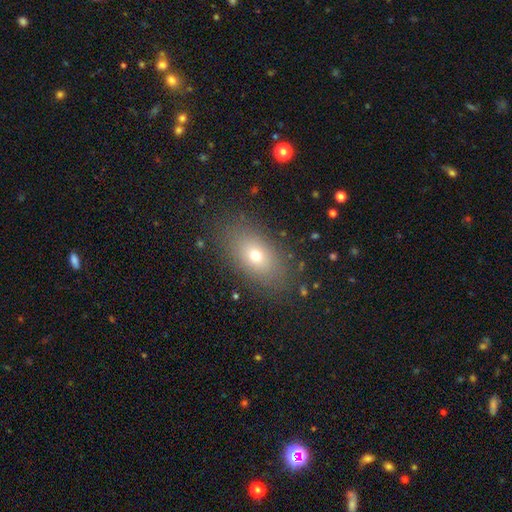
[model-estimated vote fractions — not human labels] Q: Smooth or featured?
A: smooth (69%); runner-up: featured or disk (17%)
Q: How rounded?
A: in between (82%); runner-up: round (14%)
Q: Merging?
A: none (84%); runner-up: minor disturbance (10%)